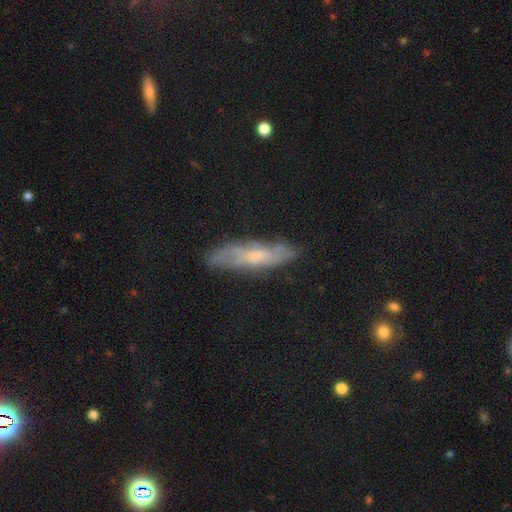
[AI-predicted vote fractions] A featured or disk galaxy (53%).

Vote fractions:
- Smooth or featured? featured or disk: 53% / smooth: 37% / star or artifact: 10%
- Edge-on disk? no: 55% / yes: 45%
- Merging? none: 70% / minor disturbance: 21% / major disturbance: 7% / merger: 2%